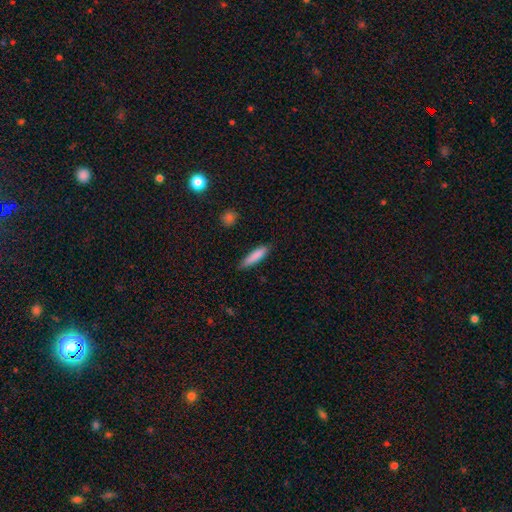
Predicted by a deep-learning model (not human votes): The model was most divided on "how rounded": cigar-shaped: 78%, in between: 21%, round: 1%. More confident: smooth or featured — smooth (84%); merging — none (83%).